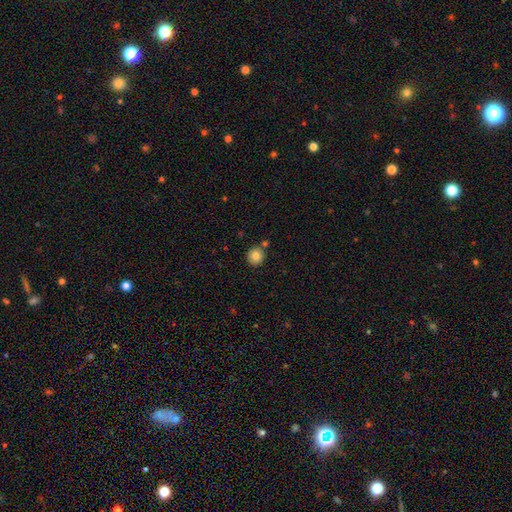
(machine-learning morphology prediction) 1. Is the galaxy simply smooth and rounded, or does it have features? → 82% smooth, 10% star or artifact, 9% featured or disk.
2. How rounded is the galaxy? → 92% round, 7% in between, 1% cigar-shaped.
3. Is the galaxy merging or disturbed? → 82% none, 8% merger, 8% minor disturbance, 2% major disturbance.